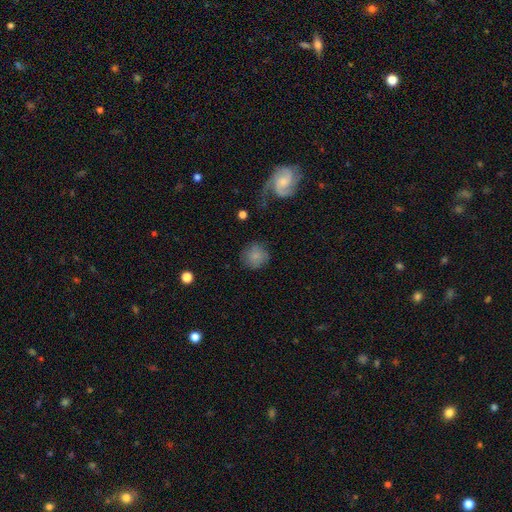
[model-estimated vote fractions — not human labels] This is likely a smooth galaxy (80%). How rounded: clearly round (90%). Merging: likely none (78%).